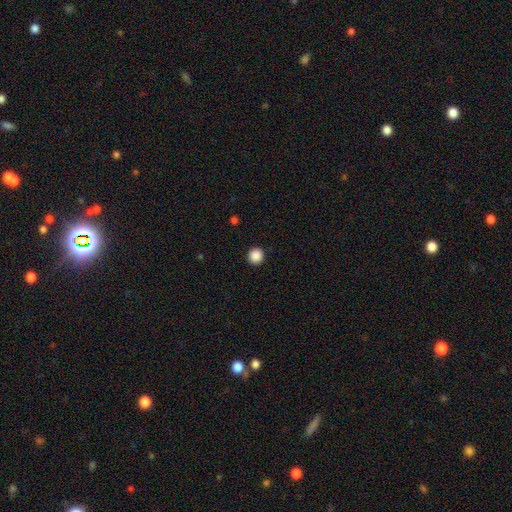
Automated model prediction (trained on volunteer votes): Smooth or featured? Predicted: smooth (p=0.88). How rounded? Predicted: round (p=0.95). Merging? Predicted: none (p=0.93).